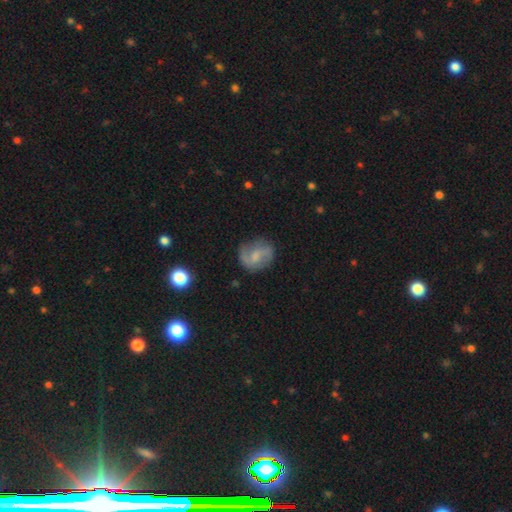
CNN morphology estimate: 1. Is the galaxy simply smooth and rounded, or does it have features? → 58% featured or disk, 34% smooth, 8% star or artifact.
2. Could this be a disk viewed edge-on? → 97% no, 3% yes.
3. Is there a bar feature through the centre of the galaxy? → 49% weak, 36% no, 14% strong.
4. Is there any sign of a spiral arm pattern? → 85% yes, 15% no.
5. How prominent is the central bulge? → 40% small, 28% moderate, 28% none, 3% large, 1% dominant.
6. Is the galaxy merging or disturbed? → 68% none, 21% minor disturbance, 9% major disturbance, 2% merger.